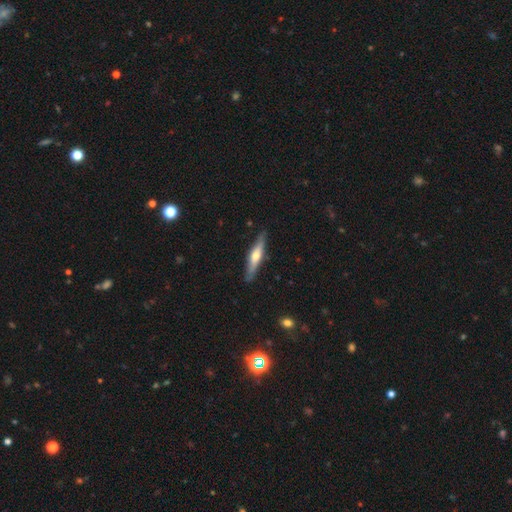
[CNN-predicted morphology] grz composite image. It shows a featured or disk galaxy (52%) viewed edge-on (91%). Merging: none (85%).